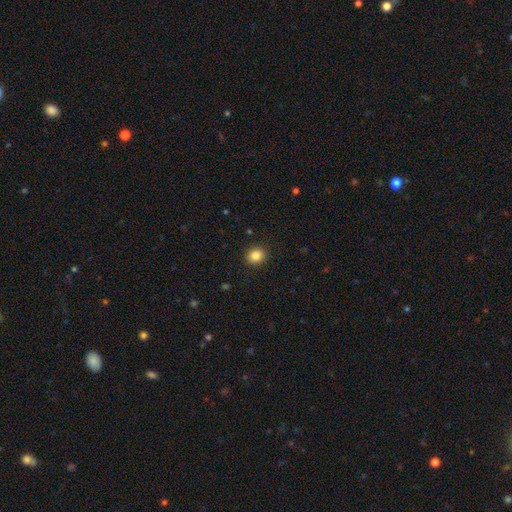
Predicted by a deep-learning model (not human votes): Morphology: type=smooth (85%); roundness=round (72%); merging=none (90%).